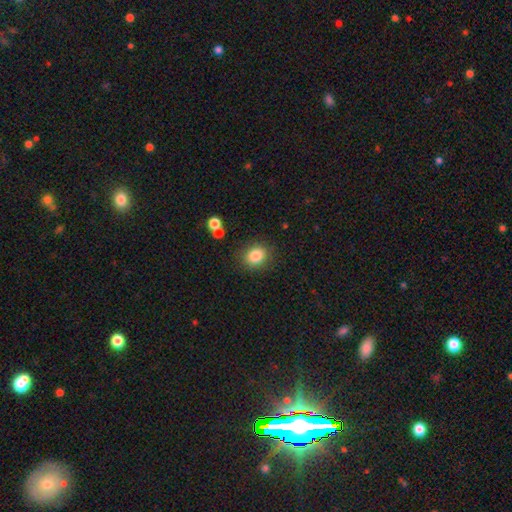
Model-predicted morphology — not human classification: A smooth galaxy with no disk features (84%) that is round (66%). Merging: none (83%).